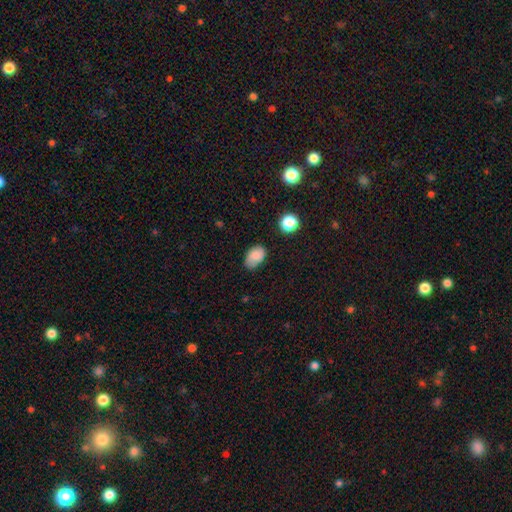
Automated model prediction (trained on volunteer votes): Morphology: type=smooth (83%); roundness=in between (87%); merging=none (66%).